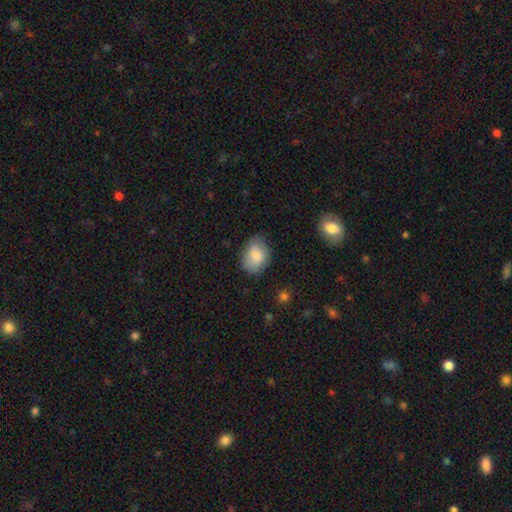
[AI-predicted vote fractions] Overall: smooth (82%). How rounded: in between (67%; round 32%). Merging: none (70%).